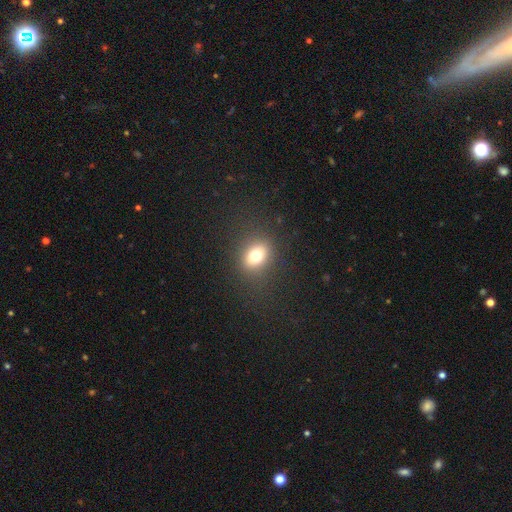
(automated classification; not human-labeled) Overall: smooth (74%). How rounded: in between (50%; round 48%). Merging: none (85%).